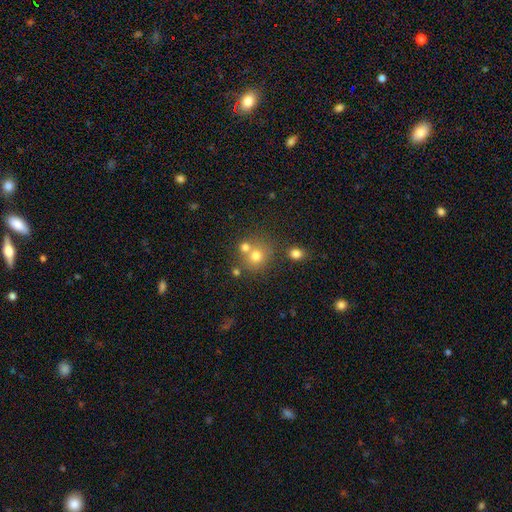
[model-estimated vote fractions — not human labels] smooth-or-featured: smooth: 71% | star or artifact: 16% | featured or disk: 13%
  how-rounded: round: 85% | in between: 14% | cigar-shaped: 1%
  merging: none: 56% | merger: 32% | minor disturbance: 9% | major disturbance: 4%